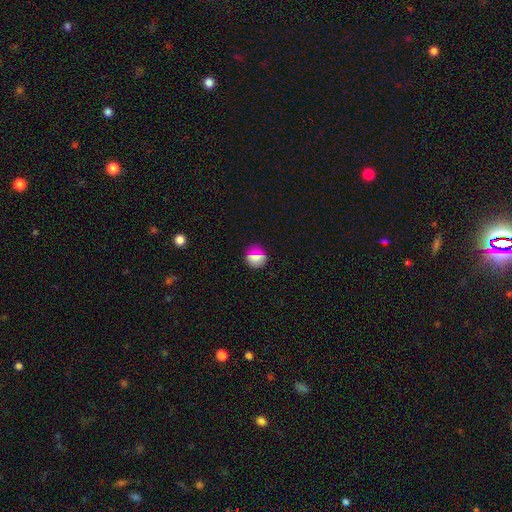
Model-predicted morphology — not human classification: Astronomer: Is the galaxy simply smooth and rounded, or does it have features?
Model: smooth — 70%.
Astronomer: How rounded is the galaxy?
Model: round — 88%.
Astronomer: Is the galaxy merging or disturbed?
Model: none — 89%.